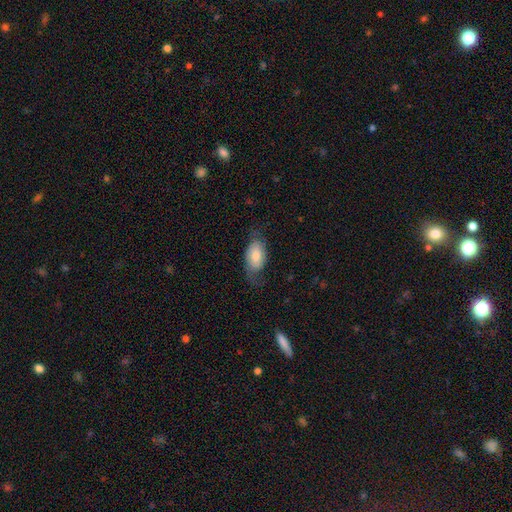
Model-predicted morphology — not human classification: Smooth or featured? smooth (62%)
How rounded? in between (92%)
Merging? none (55%)